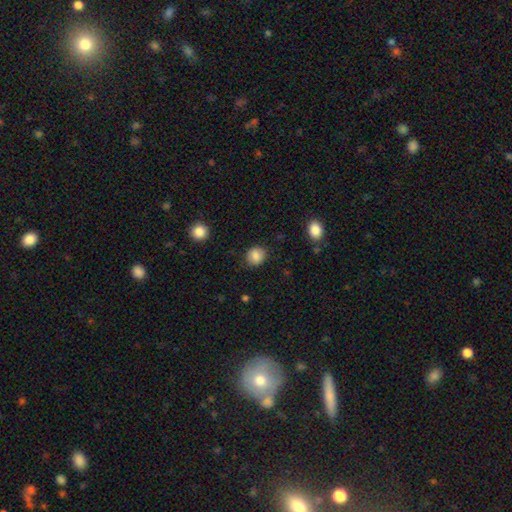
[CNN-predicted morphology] smooth-or-featured: smooth: 86% | star or artifact: 9% | featured or disk: 5%
  how-rounded: round: 74% | in between: 25% | cigar-shaped: 1%
  merging: none: 85% | minor disturbance: 11% | major disturbance: 3% | merger: 1%